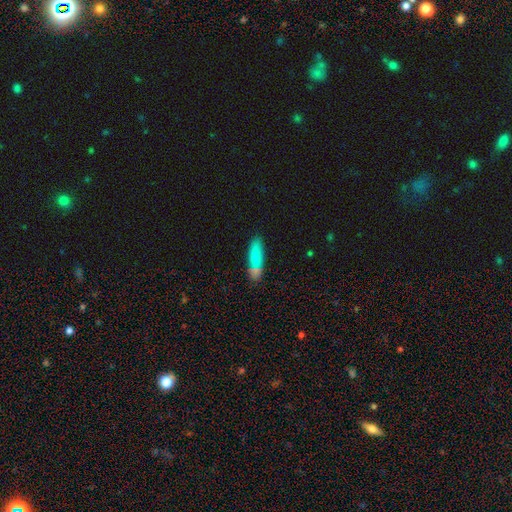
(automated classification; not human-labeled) smooth-or-featured: smooth: 79% | featured or disk: 13% | star or artifact: 8%
  how-rounded: cigar-shaped: 57% | in between: 41% | round: 3%
  merging: none: 66% | merger: 16% | minor disturbance: 15% | major disturbance: 4%